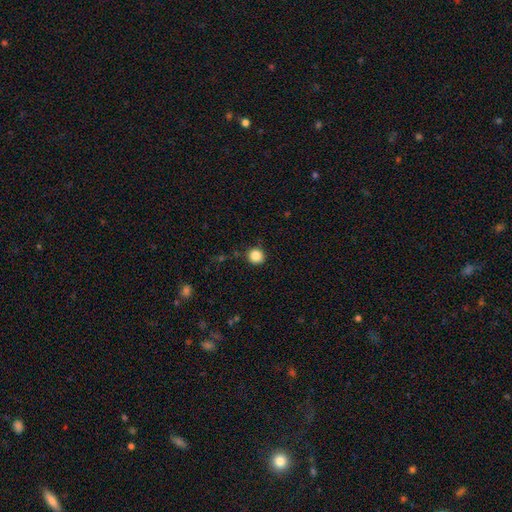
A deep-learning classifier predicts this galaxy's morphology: This appears to be a smooth galaxy with no disk features (86%) that is round (90%). Merging: none (88%).